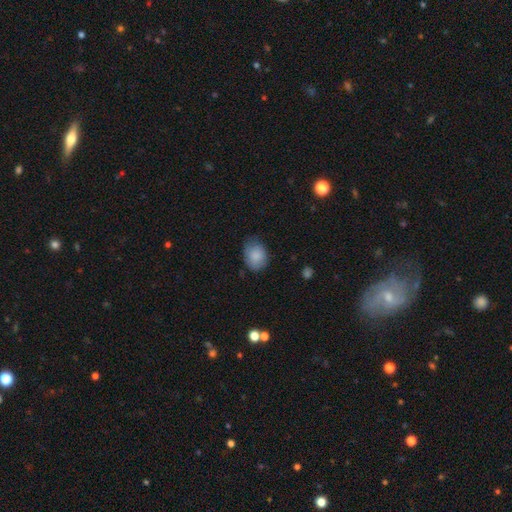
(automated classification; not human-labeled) Q: Smooth or featured?
A: smooth (85%); runner-up: star or artifact (7%)
Q: How rounded?
A: in between (54%); runner-up: round (46%)
Q: Merging?
A: none (64%); runner-up: minor disturbance (28%)